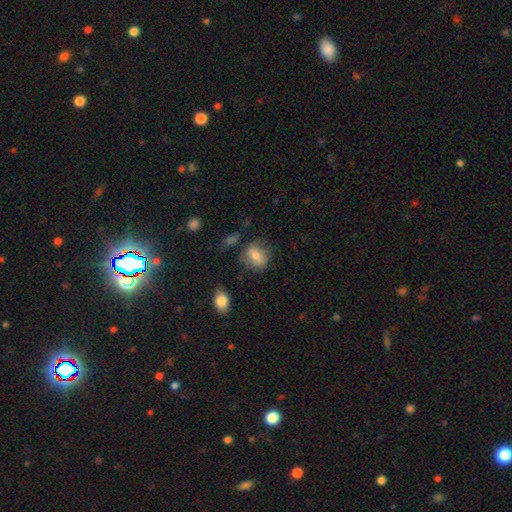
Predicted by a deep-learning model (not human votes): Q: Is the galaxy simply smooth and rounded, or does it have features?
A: smooth — 74%.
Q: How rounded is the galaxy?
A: round — 56%.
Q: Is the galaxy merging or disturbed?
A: none — 67%.